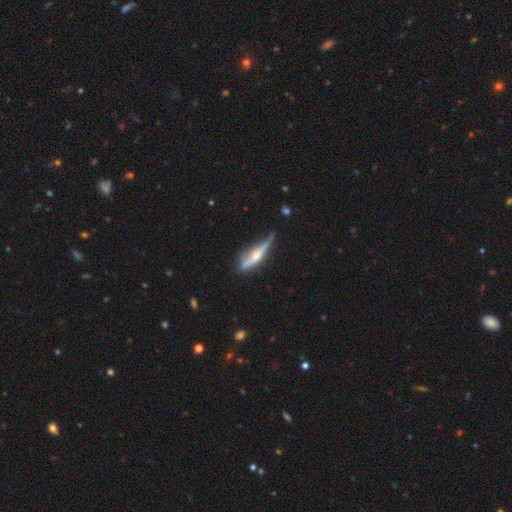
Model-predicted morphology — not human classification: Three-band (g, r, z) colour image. It shows a featured or disk galaxy (69%) viewed edge-on (94%) with a rounded central bulge (85%). Merging: none (65%).